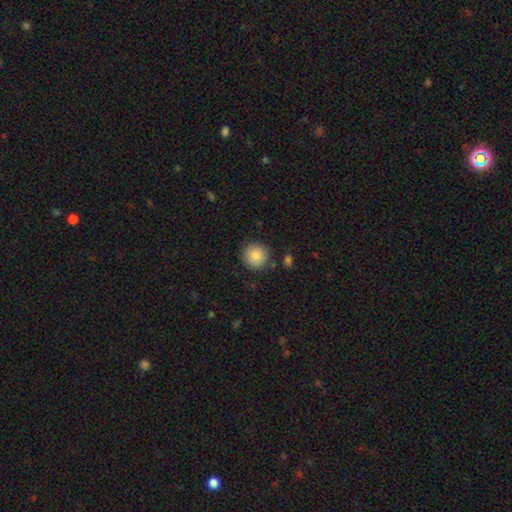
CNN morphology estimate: smooth_or_featured: smooth (p=0.87) [alt: star or artifact p=0.08]
how_rounded: round (p=0.95) [alt: in between p=0.04]
merging: none (p=0.87) [alt: minor disturbance p=0.08]